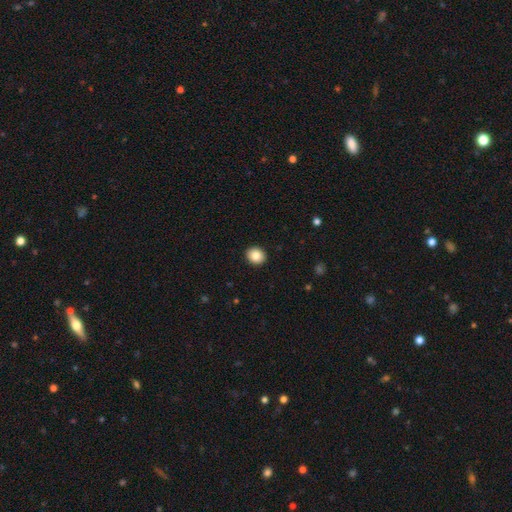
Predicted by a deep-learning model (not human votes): The model was most divided on "how rounded": round: 76%, in between: 23%, cigar-shaped: 1%. More confident: merging — none (93%); smooth or featured — smooth (85%).